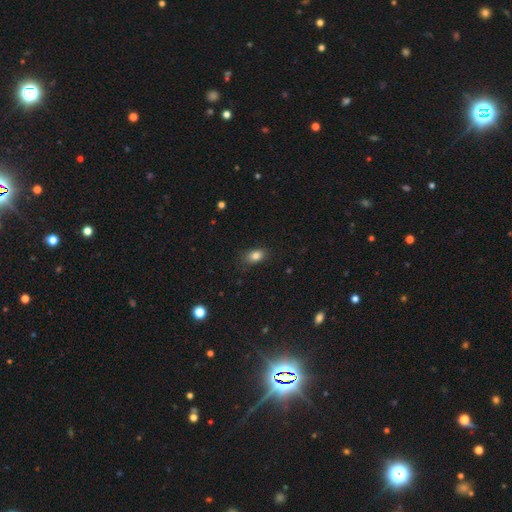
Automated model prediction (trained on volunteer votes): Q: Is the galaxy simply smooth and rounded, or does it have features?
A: smooth — 83%.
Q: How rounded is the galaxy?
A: in between — 83%.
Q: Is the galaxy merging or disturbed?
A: none — 81%.